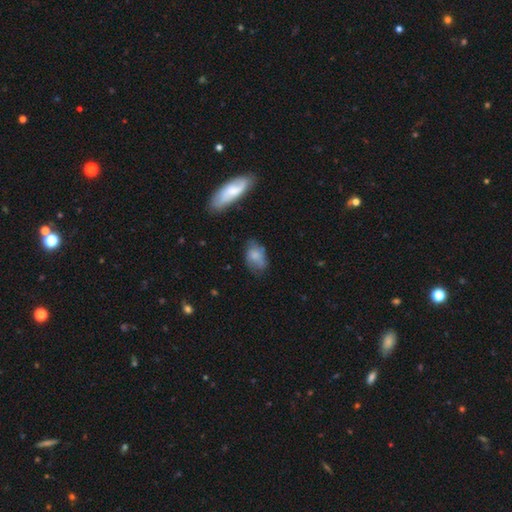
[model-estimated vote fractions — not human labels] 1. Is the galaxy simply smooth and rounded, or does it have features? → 69% smooth, 23% featured or disk, 8% star or artifact.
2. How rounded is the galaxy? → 86% in between, 12% round, 2% cigar-shaped.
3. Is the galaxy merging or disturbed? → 55% none, 31% minor disturbance, 11% major disturbance, 4% merger.